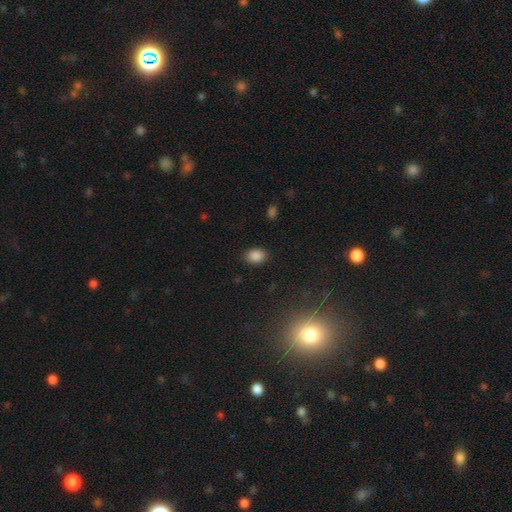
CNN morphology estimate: smooth_or_featured: smooth (p=0.86) [alt: star or artifact p=0.10]
how_rounded: in between (p=0.76) [alt: round p=0.23]
merging: none (p=0.87) [alt: minor disturbance p=0.09]